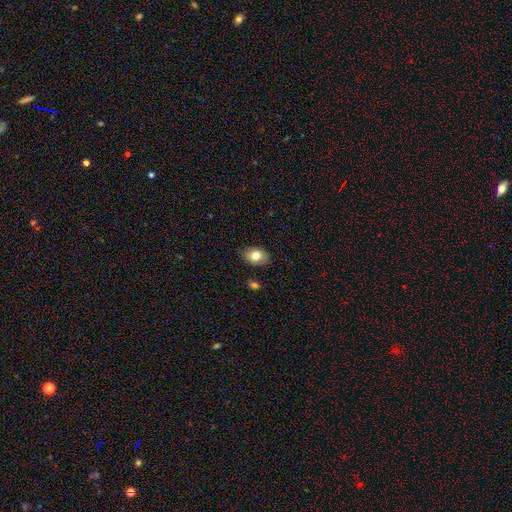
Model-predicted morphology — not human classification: Smooth or featured? smooth (79%)
How rounded? in between (78%)
Merging? none (84%)